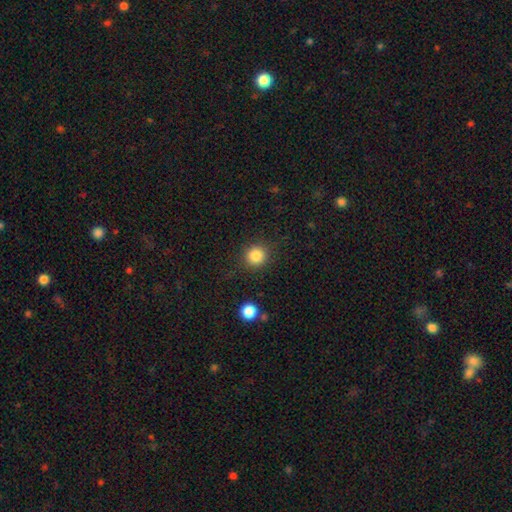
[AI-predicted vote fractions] A smooth galaxy with no disk features (85%) that is round (92%).

Vote fractions:
- Smooth or featured? smooth: 85% / star or artifact: 11% / featured or disk: 4%
- How rounded? round: 92% / in between: 7% / cigar-shaped: 1%
- Merging? none: 87% / minor disturbance: 8% / major disturbance: 3% / merger: 2%